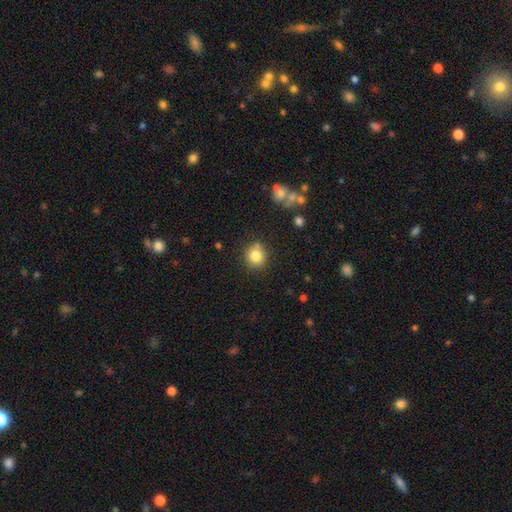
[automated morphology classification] A smooth galaxy with no disk features (81%) that is round (83%).

Vote fractions:
- Smooth or featured? smooth: 81% / star or artifact: 11% / featured or disk: 8%
- How rounded? round: 83% / in between: 16% / cigar-shaped: 1%
- Merging? none: 76% / minor disturbance: 13% / merger: 7% / major disturbance: 3%